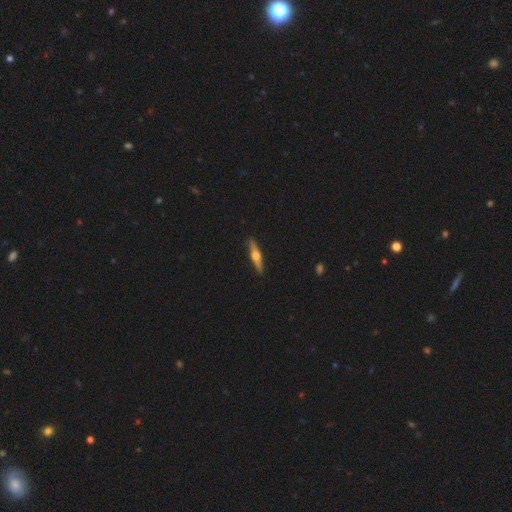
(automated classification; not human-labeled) Overall: featured or disk (70%). Edge-on disk: yes (97%). Edge-on bulge: rounded (93%). Merging: none (90%).